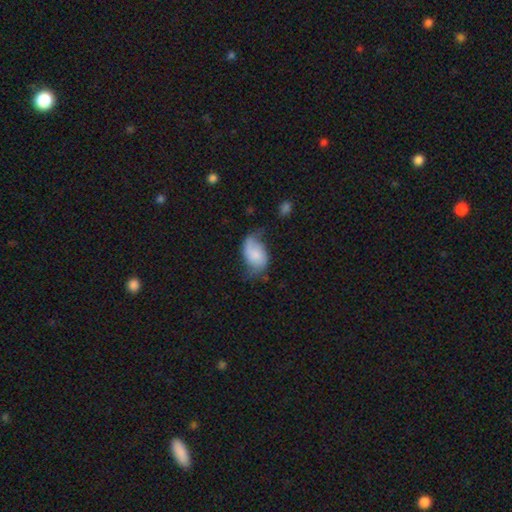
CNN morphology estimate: smooth_or_featured: smooth (p=0.58) [alt: featured or disk p=0.35]
how_rounded: in between (p=0.90) [alt: round p=0.08]
merging: minor disturbance (p=0.37) [alt: none p=0.36]